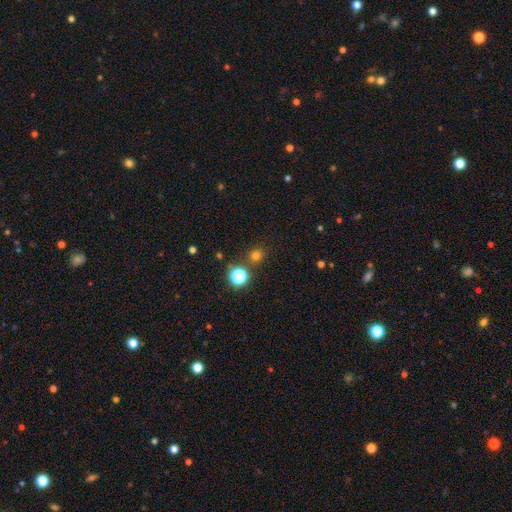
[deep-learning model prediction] A smooth galaxy with no disk features (71%) that is round (89%).

Vote fractions:
- Smooth or featured? smooth: 71% / star or artifact: 23% / featured or disk: 5%
- How rounded? round: 89% / in between: 10% / cigar-shaped: 1%
- Merging? none: 84% / minor disturbance: 8% / merger: 6% / major disturbance: 3%